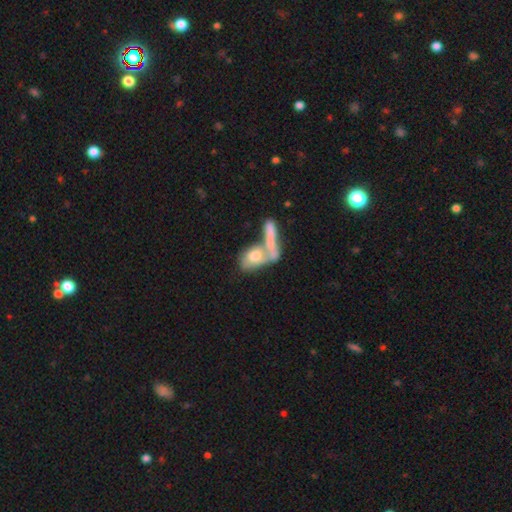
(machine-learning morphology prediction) Overall: smooth (54%; featured or disk 38%). How rounded: in between (70%). Merging: merger (63%).